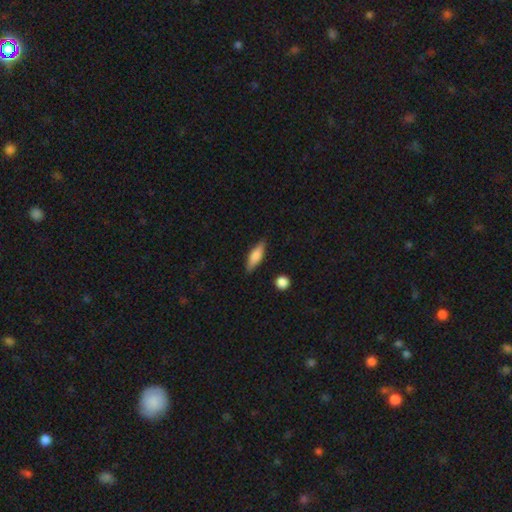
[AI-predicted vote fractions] A smooth galaxy with no disk features (65%) that is cigar-shaped (50%). Merging: none (84%).